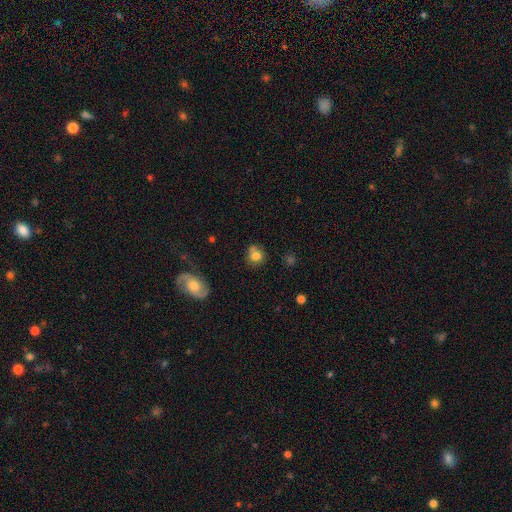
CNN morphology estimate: A smooth galaxy with no disk features (76%) that is round (81%).

Vote fractions:
- Smooth or featured? smooth: 76% / featured or disk: 13% / star or artifact: 11%
- How rounded? round: 81% / in between: 18% / cigar-shaped: 1%
- Merging? none: 60% / merger: 20% / minor disturbance: 15% / major disturbance: 5%